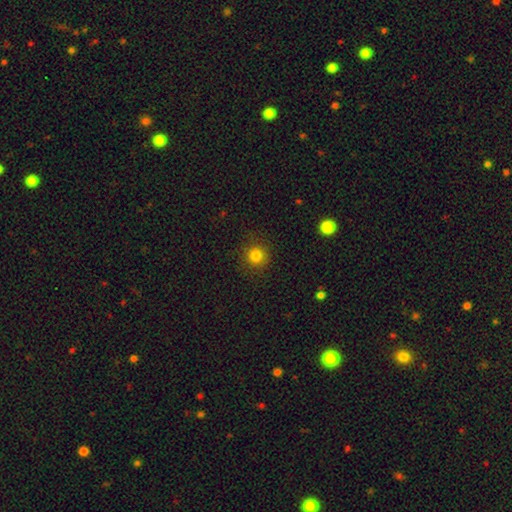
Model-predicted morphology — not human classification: type=smooth (80%); roundness=round (94%); merging=none (89%).